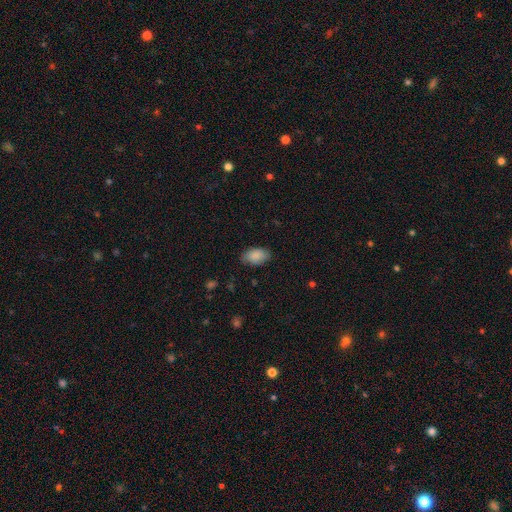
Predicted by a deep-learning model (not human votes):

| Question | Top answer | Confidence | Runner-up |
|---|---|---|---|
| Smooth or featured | smooth | 88% | star or artifact (7%) |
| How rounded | in between | 93% | round (6%) |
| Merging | none | 80% | minor disturbance (16%) |